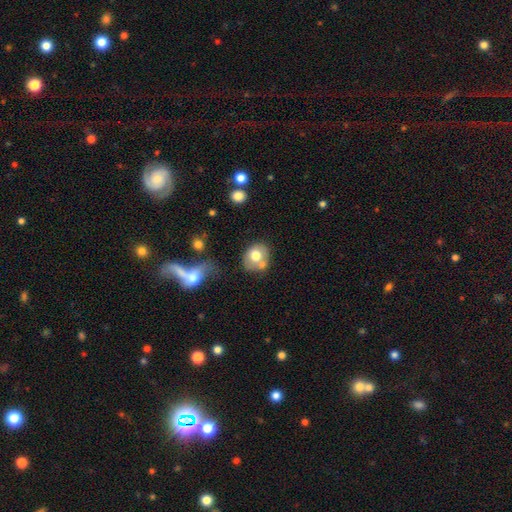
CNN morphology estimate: type=smooth (69%); roundness=round (58%); merging=none (51%).